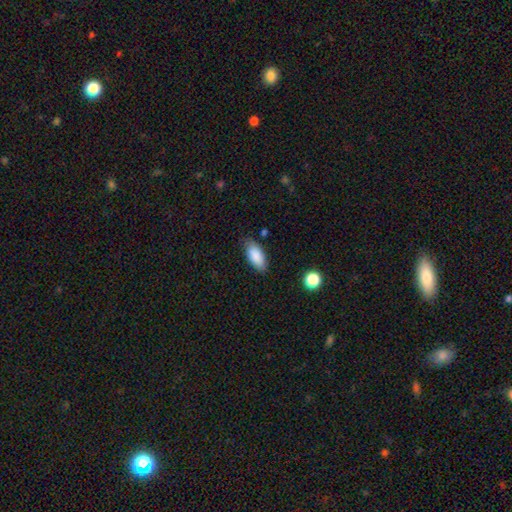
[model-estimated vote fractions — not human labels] Smooth or featured?
  - smooth: 87% *
  - featured or disk: 7%
  - star or artifact: 7%
How rounded?
  - in between: 88% *
  - cigar-shaped: 9%
  - round: 2%
Merging?
  - none: 78% *
  - minor disturbance: 17%
  - major disturbance: 3%
  - merger: 2%